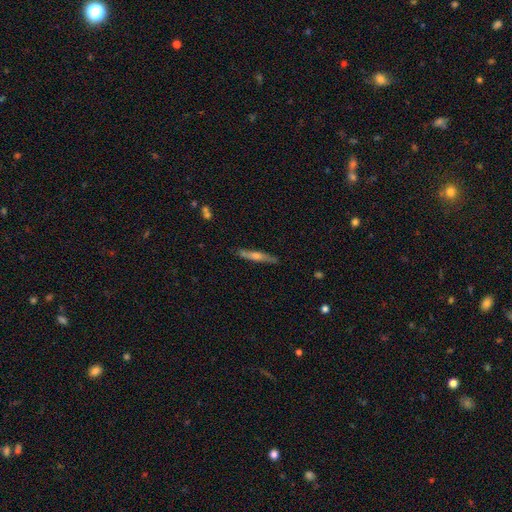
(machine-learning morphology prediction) smooth_or_featured: featured or disk (p=0.62) [alt: smooth p=0.29]
disk_edge_on: yes (p=0.93) [alt: no p=0.07]
edge_on_bulge: rounded (p=0.79) [alt: none p=0.14]
merging: none (p=0.87) [alt: minor disturbance p=0.10]